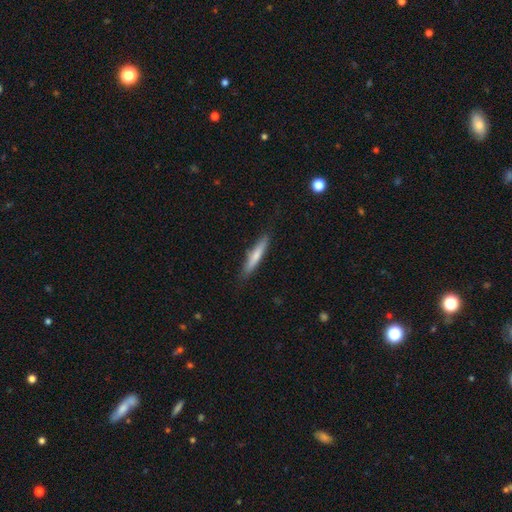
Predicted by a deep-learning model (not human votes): This appears to be a smooth galaxy with no disk features (68%) that is cigar-shaped (91%). Merging: none (84%).